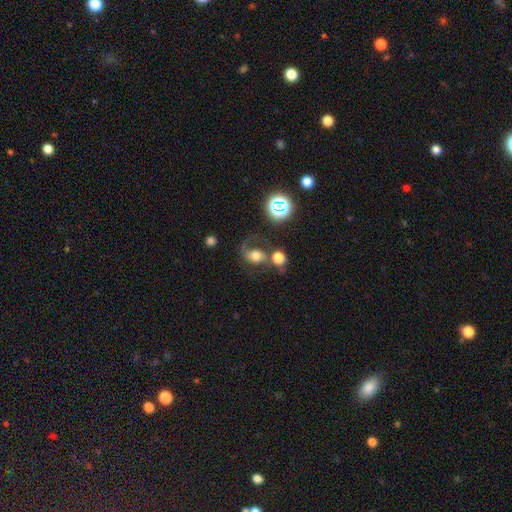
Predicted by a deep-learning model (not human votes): This is possibly a featured or disk galaxy (49%). Merging: marginally none (32%).